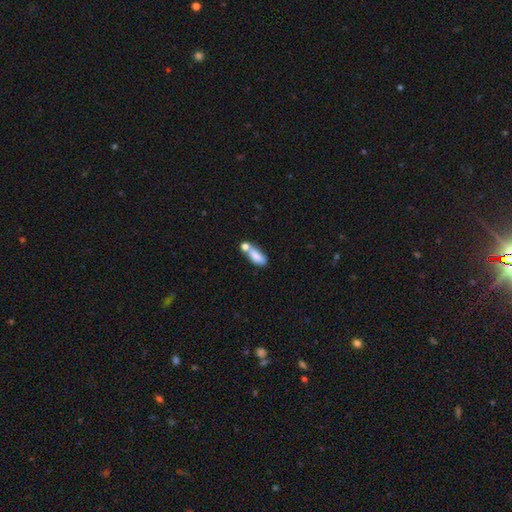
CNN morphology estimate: Smooth or featured? Predicted: smooth (p=0.77). How rounded? Predicted: in between (p=0.67). Merging? Predicted: merger (p=0.42).